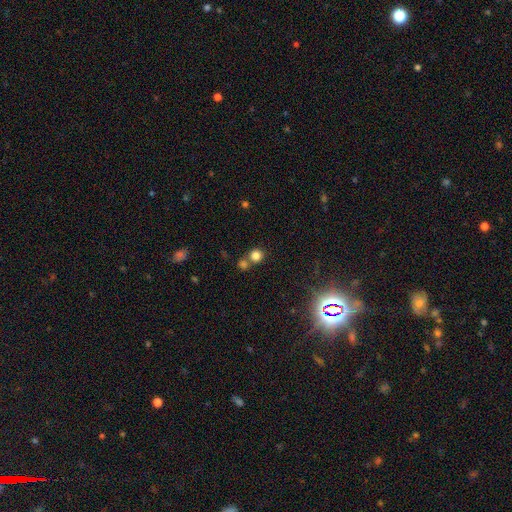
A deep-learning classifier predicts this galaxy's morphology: Overall: smooth (80%). How rounded: round (89%). Merging: none (60%; merger 30%).